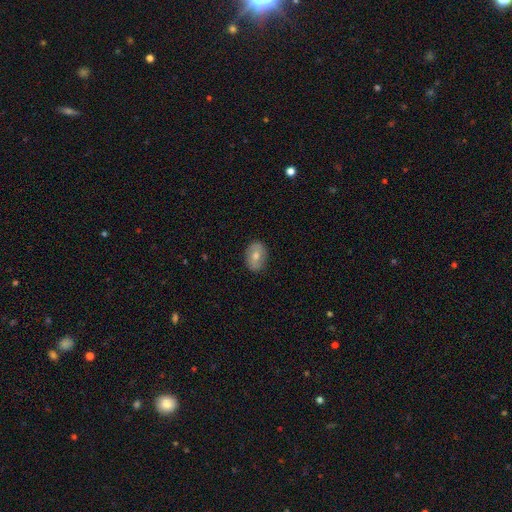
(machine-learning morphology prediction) Overall: smooth (65%; featured or disk 28%). How rounded: in between (76%). Merging: none (85%).